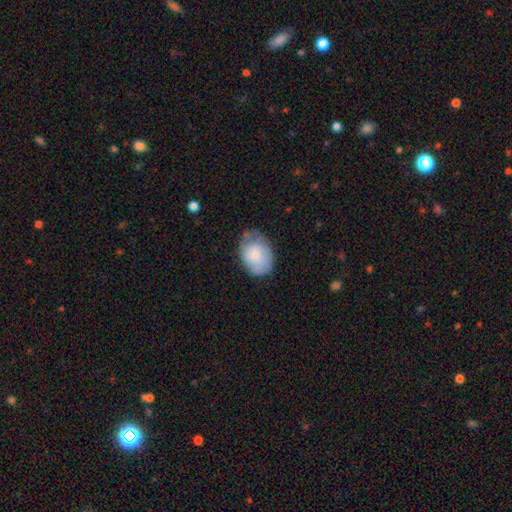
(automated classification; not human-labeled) A smooth galaxy with no disk features (74%) that is in between round and cigar-shaped (76%). Merging: none (52%).